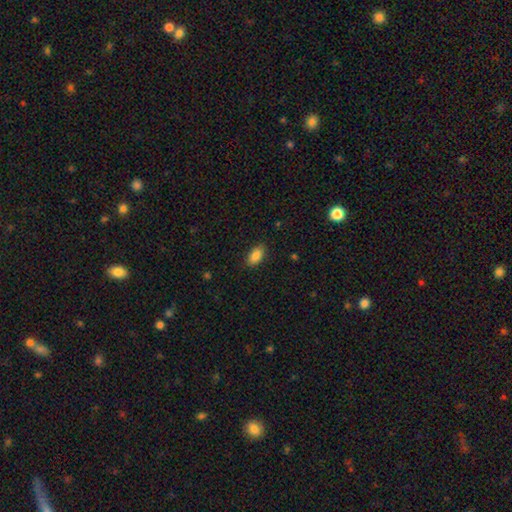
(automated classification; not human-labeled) This is clearly a smooth galaxy (88%). How rounded: clearly in between (93%). Merging: clearly none (87%).